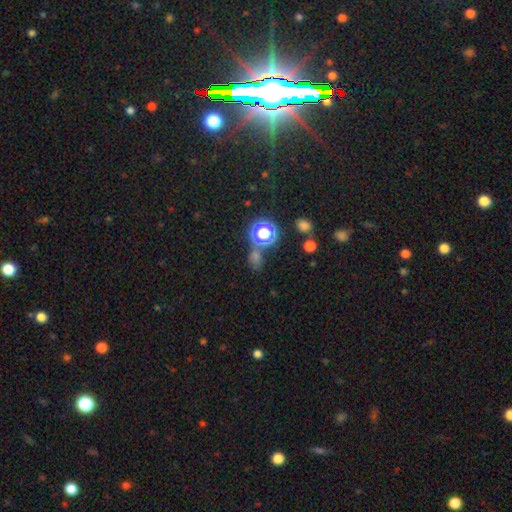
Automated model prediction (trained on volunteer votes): Smooth or featured: star or artifact — 50% (smooth — 42%)